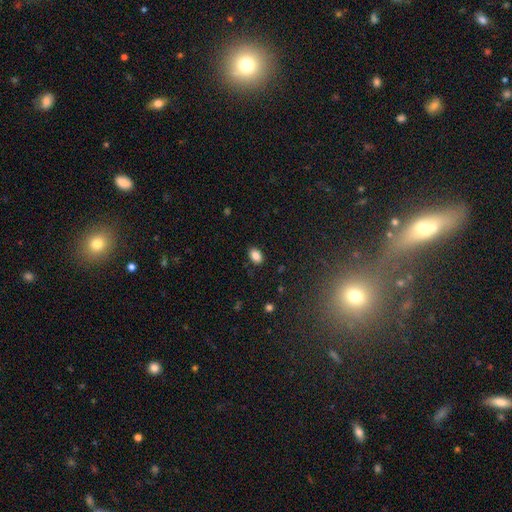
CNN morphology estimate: Smooth or featured? Predicted: smooth (p=0.85). How rounded? Predicted: in between (p=0.86). Merging? Predicted: none (p=0.86).